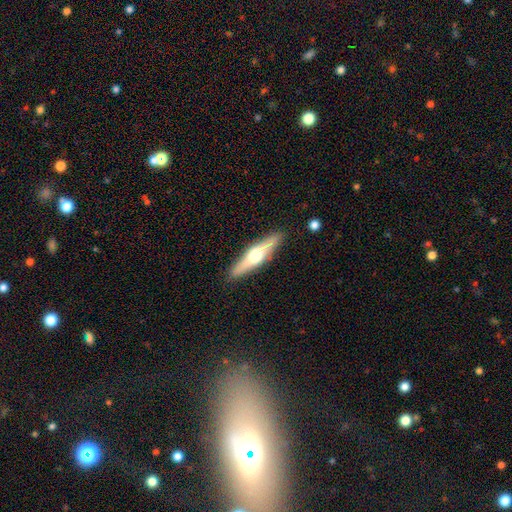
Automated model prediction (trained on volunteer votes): Q: Smooth or featured?
A: featured or disk (67%); runner-up: smooth (27%)
Q: Edge-on disk?
A: yes (96%); runner-up: no (4%)
Q: Edge-on bulge?
A: rounded (94%); runner-up: boxy (3%)
Q: Merging?
A: none (90%); runner-up: minor disturbance (7%)